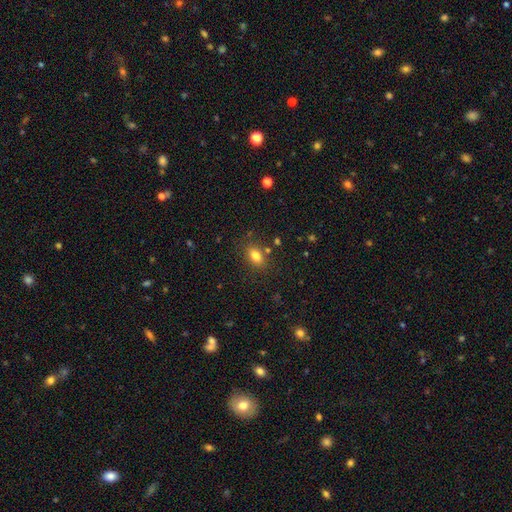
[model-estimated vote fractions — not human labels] Morphology: type=smooth (81%); roundness=in between (82%); merging=none (80%).